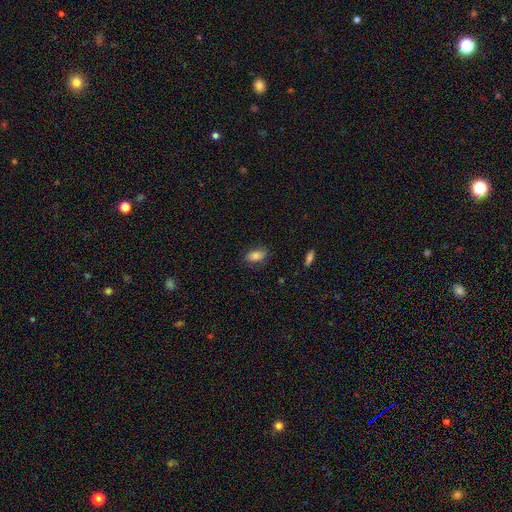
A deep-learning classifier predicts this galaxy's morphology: smooth_or_featured: smooth (p=0.78) [alt: featured or disk p=0.13]
how_rounded: in between (p=0.87) [alt: cigar-shaped p=0.07]
merging: none (p=0.80) [alt: minor disturbance p=0.16]